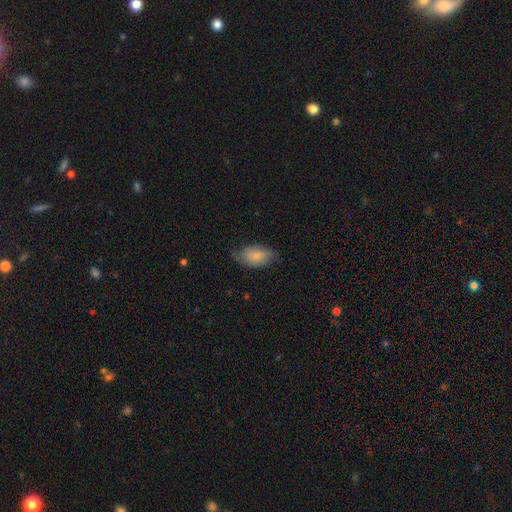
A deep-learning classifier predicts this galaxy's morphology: smooth 81%, featured or disk 12%, star or artifact 6%. Down the decision tree: how rounded — in between (91%); merging — none (68%).